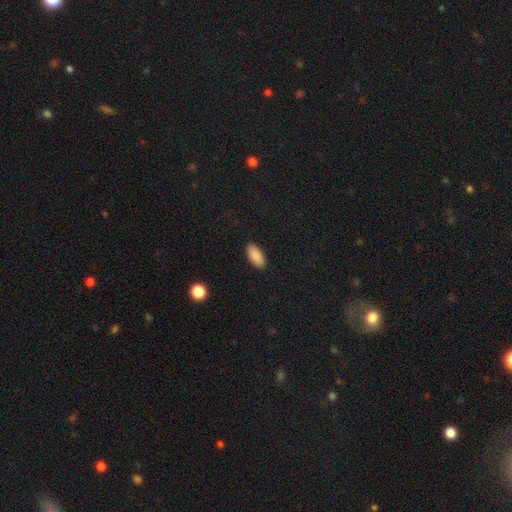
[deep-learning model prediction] This is clearly a smooth galaxy (90%). How rounded: clearly in between (91%). Merging: clearly none (90%).